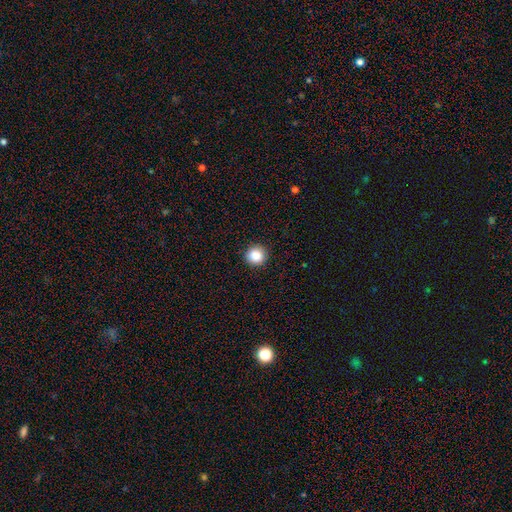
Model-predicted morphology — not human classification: smooth-or-featured: smooth: 87% | star or artifact: 10% | featured or disk: 4%
  how-rounded: round: 93% | in between: 6% | cigar-shaped: 1%
  merging: none: 92% | minor disturbance: 6% | major disturbance: 2% | merger: 1%